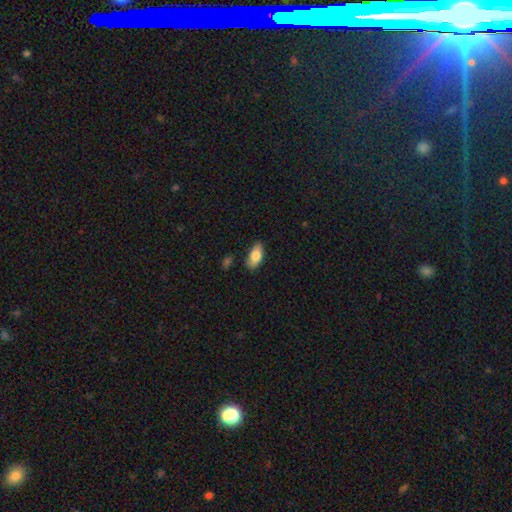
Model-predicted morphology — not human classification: smooth-or-featured: smooth: 79% | featured or disk: 14% | star or artifact: 6%
  how-rounded: in between: 90% | cigar-shaped: 7% | round: 3%
  merging: none: 79% | minor disturbance: 16% | major disturbance: 3% | merger: 2%